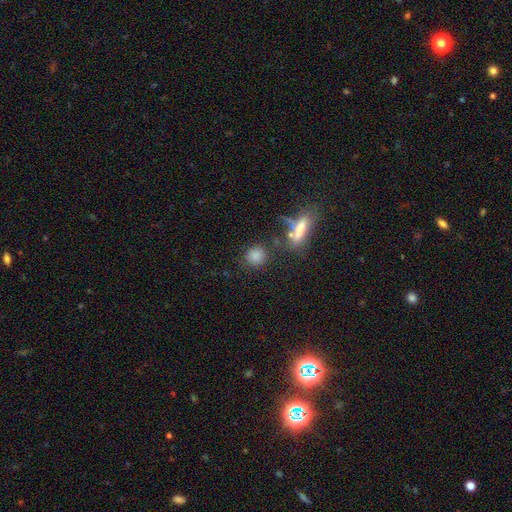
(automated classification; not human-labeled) Smooth or featured? smooth (80%)
How rounded? round (79%)
Merging? none (74%)